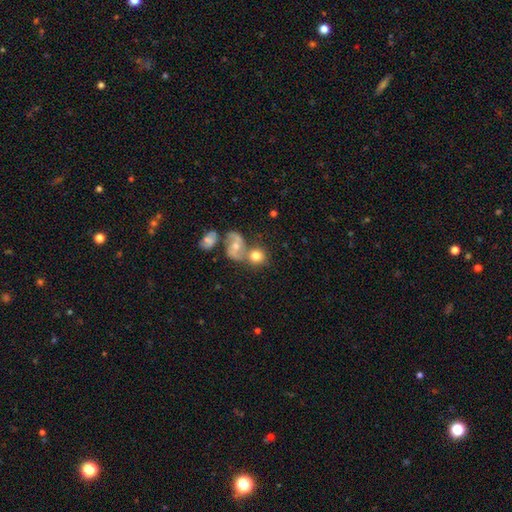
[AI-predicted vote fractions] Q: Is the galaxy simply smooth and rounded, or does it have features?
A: smooth — 68%.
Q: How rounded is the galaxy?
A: round — 78%.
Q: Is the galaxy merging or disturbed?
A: none — 44%.